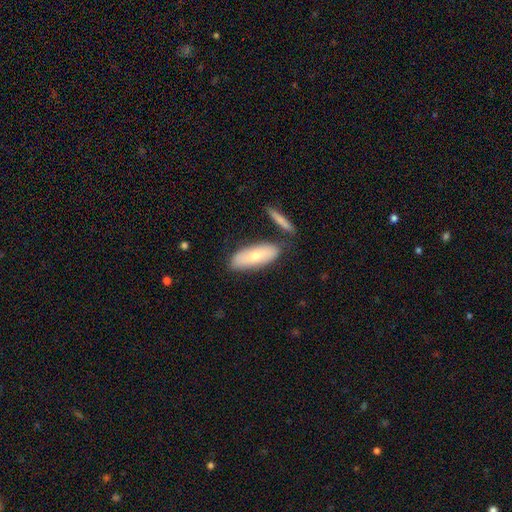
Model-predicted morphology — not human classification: This appears to be a smooth galaxy with no disk features (66%) that is in between round and cigar-shaped (72%). Merging: none (70%).